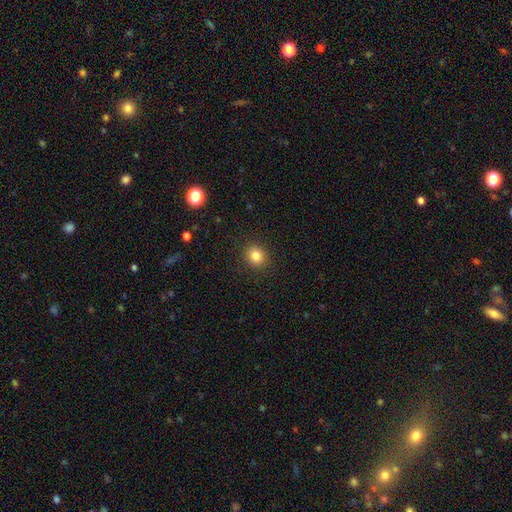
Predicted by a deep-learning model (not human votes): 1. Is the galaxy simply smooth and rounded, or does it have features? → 84% smooth, 11% star or artifact, 6% featured or disk.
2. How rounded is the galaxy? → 79% round, 20% in between, 1% cigar-shaped.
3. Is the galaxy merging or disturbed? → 90% none, 6% minor disturbance, 2% major disturbance, 1% merger.